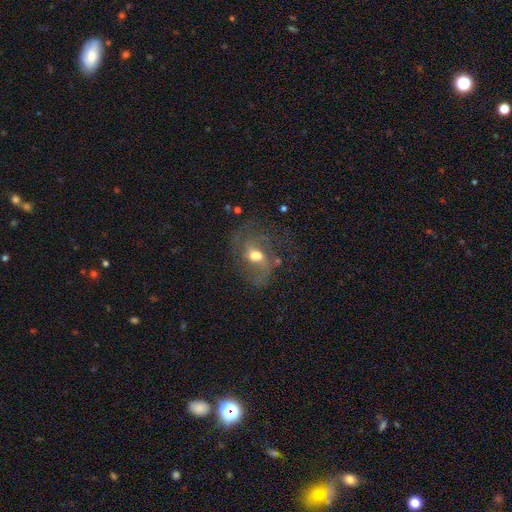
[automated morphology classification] Overall: featured or disk (72%). Edge-on disk: no (97%). Bar: weak (49%; no 39%). Spiral arms: yes (86%). Spiral arm count: 2 (63%). Spiral winding: loose (44%; medium 43%). Bulge size: moderate (65%). Merging: none (55%; major disturbance 22%).